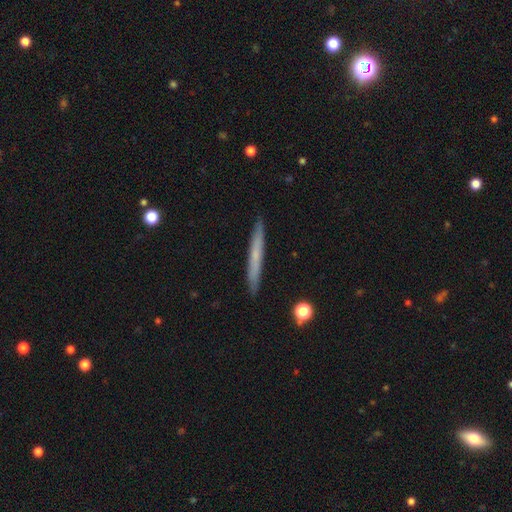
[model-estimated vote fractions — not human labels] A smooth galaxy with no disk features (54%) that is cigar-shaped (97%).

Vote fractions:
- Smooth or featured? smooth: 54% / featured or disk: 40% / star or artifact: 6%
- How rounded? cigar-shaped: 97% / in between: 2% / round: 1%
- Merging? none: 91% / minor disturbance: 6% / major disturbance: 1% / merger: 1%